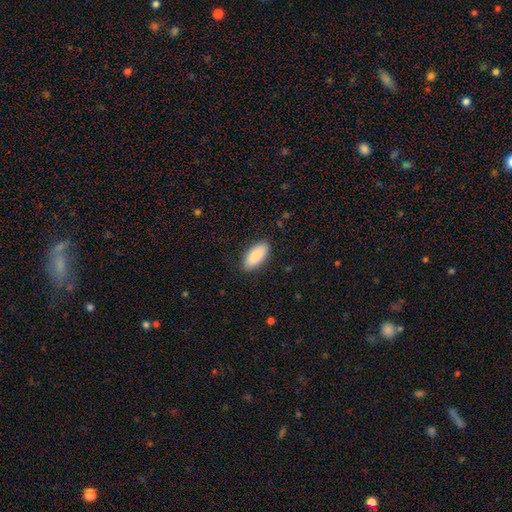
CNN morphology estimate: smooth_or_featured: smooth (p=0.90) [alt: star or artifact p=0.06]
how_rounded: in between (p=0.90) [alt: cigar-shaped p=0.09]
merging: none (p=0.88) [alt: minor disturbance p=0.09]